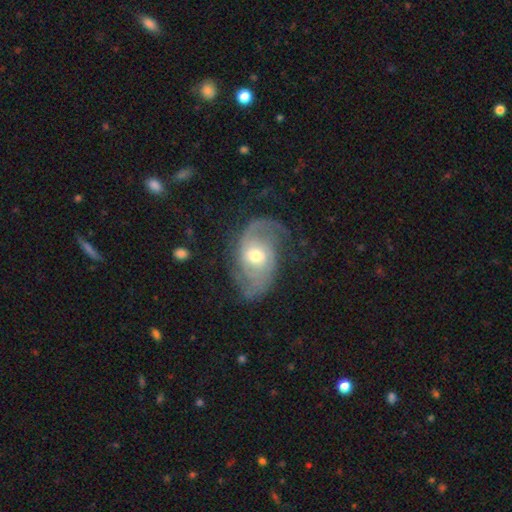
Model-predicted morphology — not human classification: Smooth or featured? Predicted: featured or disk (p=0.86). Edge-on disk? Predicted: no (p=0.97). Bar? Predicted: no (p=0.58). Spiral arms? Predicted: yes (p=0.95). Spiral winding? Predicted: medium (p=0.45). Spiral arm count? Predicted: 2 (p=0.71). Bulge size? Predicted: moderate (p=0.63). Merging? Predicted: none (p=0.65).